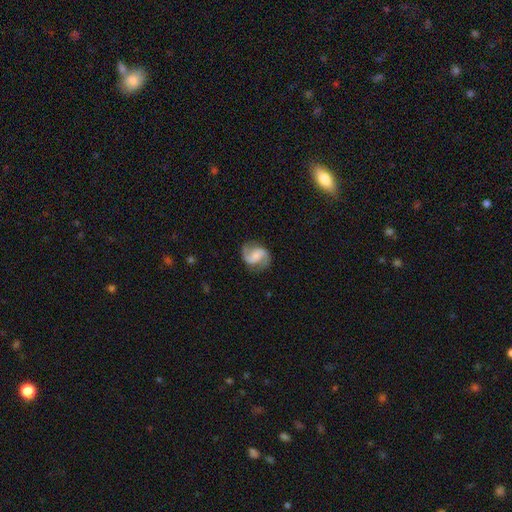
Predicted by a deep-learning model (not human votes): Q: Smooth or featured?
A: featured or disk (77%); runner-up: smooth (16%)
Q: Edge-on disk?
A: no (98%); runner-up: yes (2%)
Q: Bar?
A: weak (42%); runner-up: no (36%)
Q: Spiral arms?
A: yes (96%); runner-up: no (4%)
Q: Spiral winding?
A: medium (47%); runner-up: loose (36%)
Q: Spiral arm count?
A: 2 (90%); runner-up: 1 (3%)
Q: Bulge size?
A: small (41%); runner-up: moderate (26%)
Q: Merging?
A: none (77%); runner-up: minor disturbance (15%)